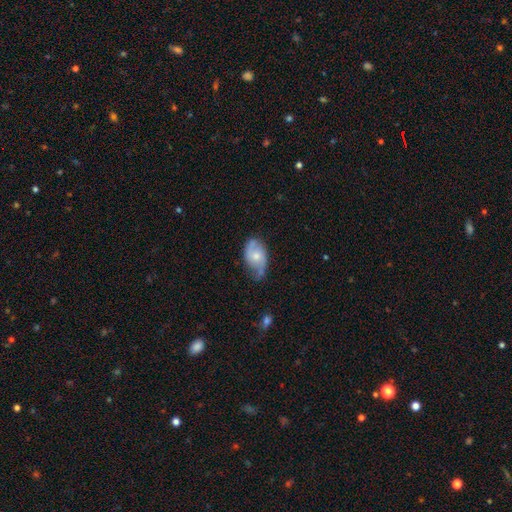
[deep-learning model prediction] Overall: featured or disk (56%; smooth 37%). Edge-on disk: no (95%). Bar: no (69%). Spiral arms: yes (83%). Bulge size: moderate (54%; small 36%). Merging: none (51%; minor disturbance 35%).